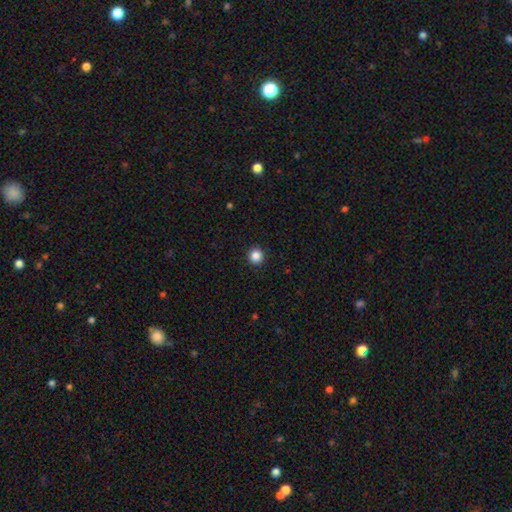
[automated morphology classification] Overall: smooth (86%). How rounded: round (94%). Merging: none (93%).